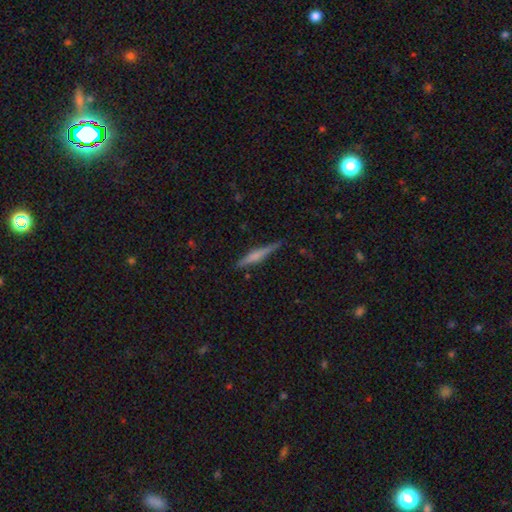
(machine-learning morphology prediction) The model was most divided on "smooth or featured": featured or disk: 56%, smooth: 38%, star or artifact: 6%. More confident: edge-on disk — yes (97%); merging — none (87%); edge-on bulge — rounded (52%).